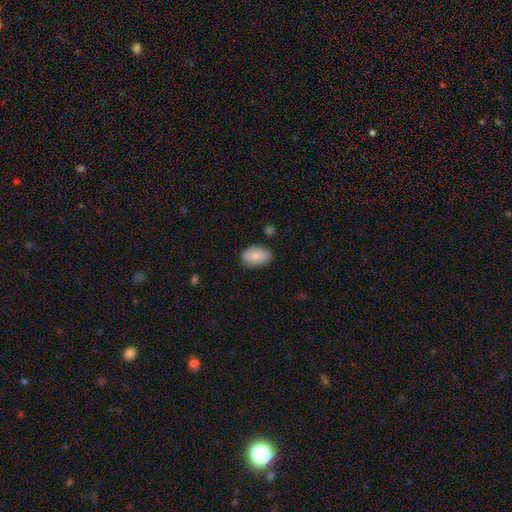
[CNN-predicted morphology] A smooth galaxy with no disk features (77%) that is in between round and cigar-shaped (91%).

Vote fractions:
- Smooth or featured? smooth: 77% / featured or disk: 17% / star or artifact: 6%
- How rounded? in between: 91% / round: 7% / cigar-shaped: 1%
- Merging? none: 76% / minor disturbance: 19% / major disturbance: 3% / merger: 2%